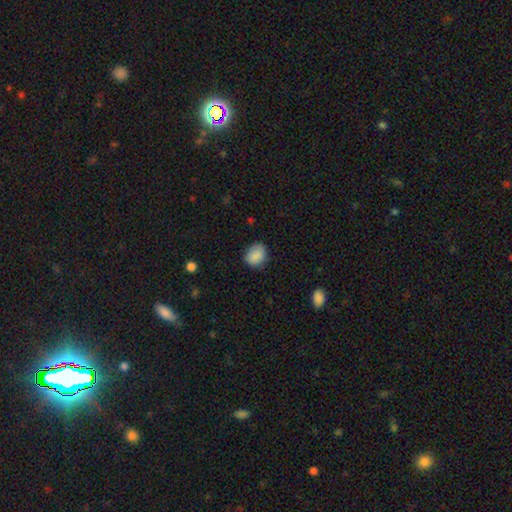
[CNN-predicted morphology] Smooth or featured? Predicted: smooth (p=0.88). How rounded? Predicted: round (p=0.51). Merging? Predicted: none (p=0.76).